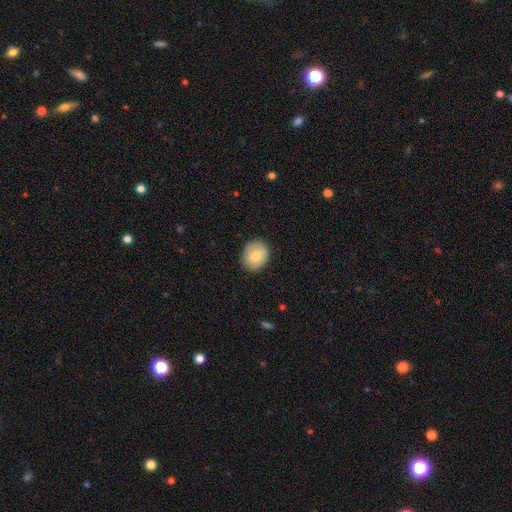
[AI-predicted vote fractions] Overall: smooth (73%). How rounded: round (56%; in between 43%). Merging: none (86%).